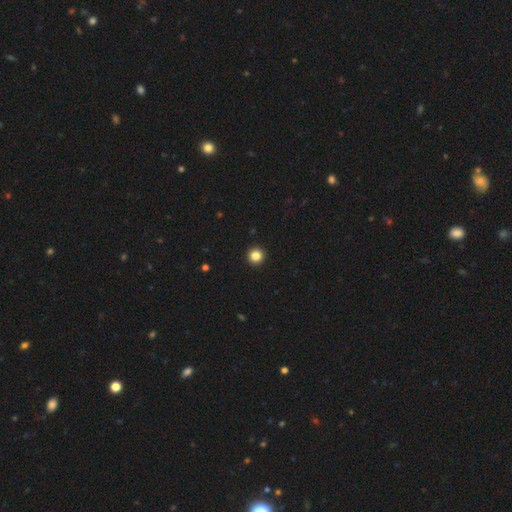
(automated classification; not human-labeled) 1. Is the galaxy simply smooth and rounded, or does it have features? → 84% smooth, 11% star or artifact, 4% featured or disk.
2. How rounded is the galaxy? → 96% round, 3% in between, 1% cigar-shaped.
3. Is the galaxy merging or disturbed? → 94% none, 3% minor disturbance, 1% major disturbance, 1% merger.